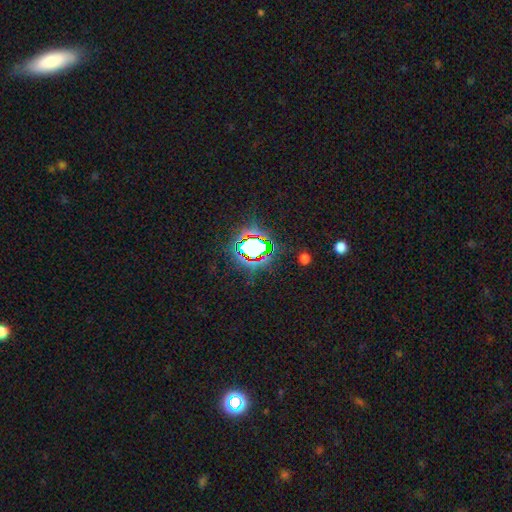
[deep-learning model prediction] Smooth or featured: star or artifact — 75% (smooth — 15%)